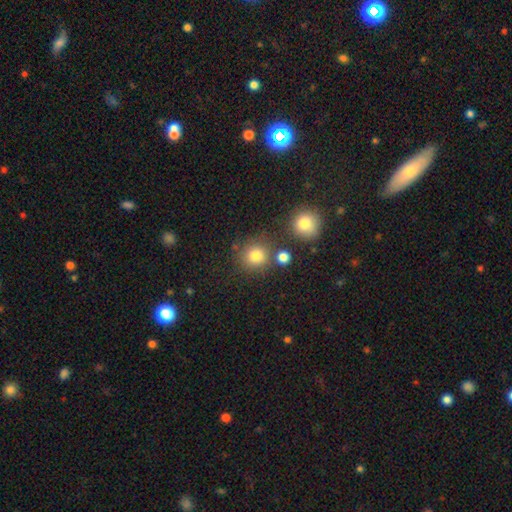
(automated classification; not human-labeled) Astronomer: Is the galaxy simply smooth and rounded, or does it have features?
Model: smooth — 79%.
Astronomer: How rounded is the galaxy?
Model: round — 89%.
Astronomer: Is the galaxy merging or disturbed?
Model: none — 76%.